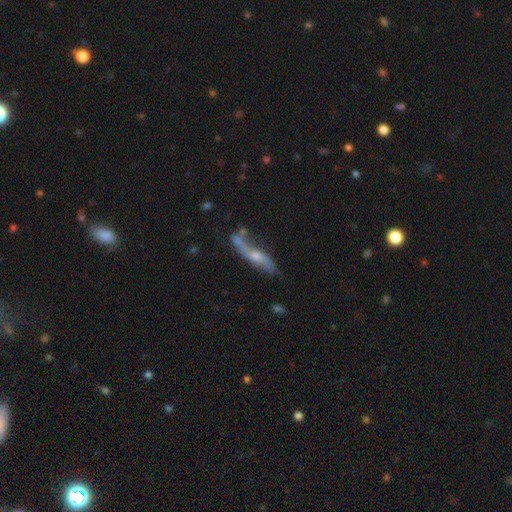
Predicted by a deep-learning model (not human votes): A featured or disk galaxy (65%).

Vote fractions:
- Smooth or featured? featured or disk: 65% / smooth: 27% / star or artifact: 8%
- Edge-on disk? no: 51% / yes: 49%
- Merging? none: 51% / minor disturbance: 25% / merger: 13% / major disturbance: 11%